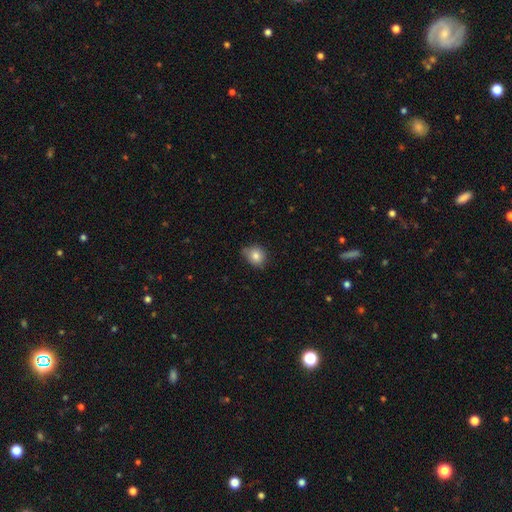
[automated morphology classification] Smooth or featured? Predicted: smooth (p=0.81). How rounded? Predicted: round (p=0.66). Merging? Predicted: none (p=0.59).